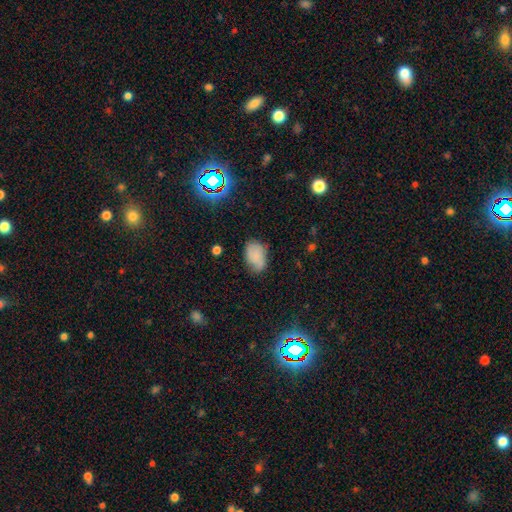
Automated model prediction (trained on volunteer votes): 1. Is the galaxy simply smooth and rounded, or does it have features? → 78% smooth, 12% featured or disk, 11% star or artifact.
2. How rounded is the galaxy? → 86% in between, 13% round, 1% cigar-shaped.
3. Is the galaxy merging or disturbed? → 61% none, 29% minor disturbance, 8% major disturbance, 2% merger.